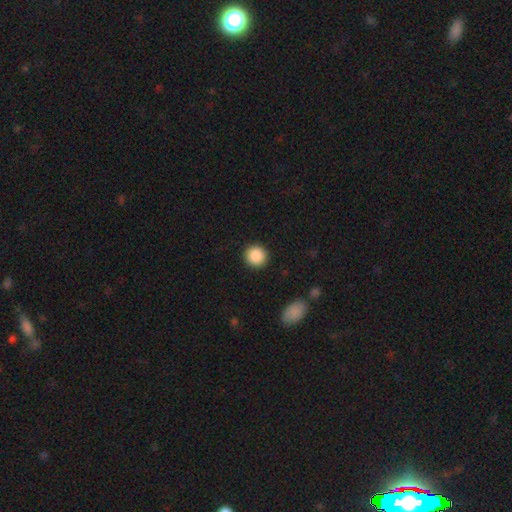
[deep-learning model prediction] A smooth galaxy with no disk features (89%) that is round (94%).

Vote fractions:
- Smooth or featured? smooth: 89% / star or artifact: 8% / featured or disk: 3%
- How rounded? round: 94% / in between: 5% / cigar-shaped: 1%
- Merging? none: 92% / minor disturbance: 5% / major disturbance: 2% / merger: 1%